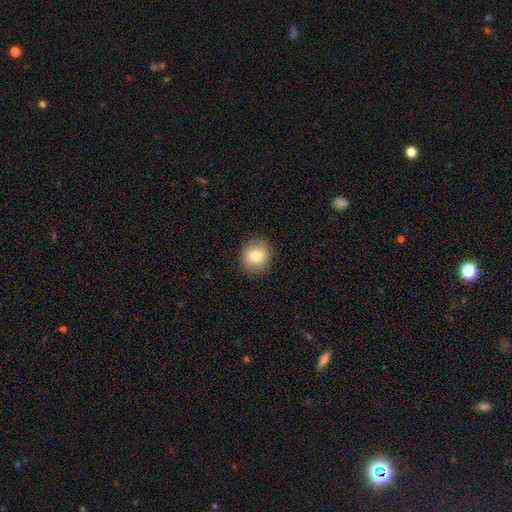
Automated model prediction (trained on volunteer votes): smooth-or-featured: smooth: 81% | featured or disk: 10% | star or artifact: 9%
  how-rounded: round: 82% | in between: 17% | cigar-shaped: 1%
  merging: none: 90% | minor disturbance: 7% | major disturbance: 2% | merger: 1%